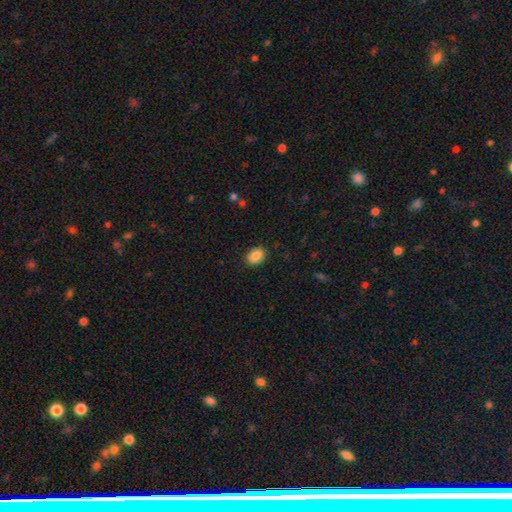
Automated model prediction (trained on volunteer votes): Smooth or featured: smooth — 88% (star or artifact — 8%)
How rounded: in between — 74% (round — 25%)
Merging: none — 89% (minor disturbance — 8%)